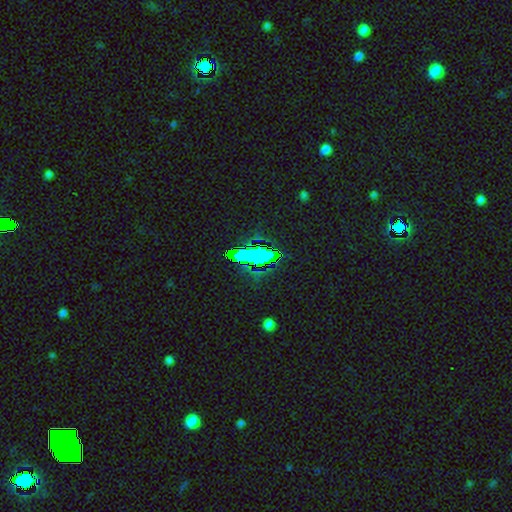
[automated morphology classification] A star or artifact, not a galaxy (56%).